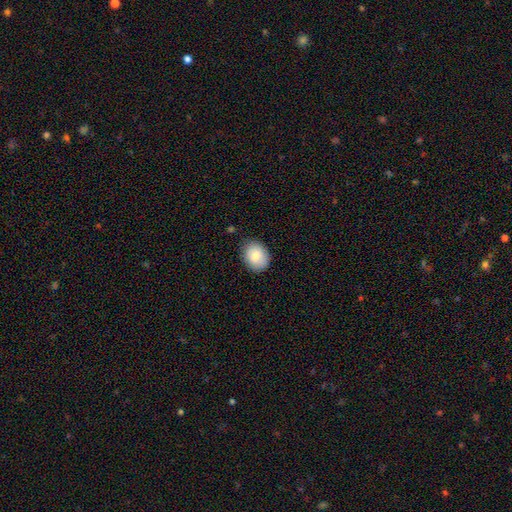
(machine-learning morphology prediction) Smooth or featured: smooth — 81% (featured or disk — 11%)
How rounded: in between — 59% (round — 40%)
Merging: none — 84% (minor disturbance — 12%)